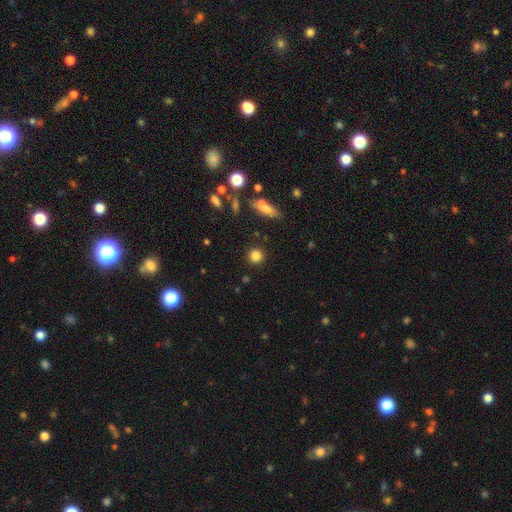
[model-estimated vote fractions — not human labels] This appears to be a smooth galaxy with no disk features (82%) that is round (91%). Merging: none (89%).